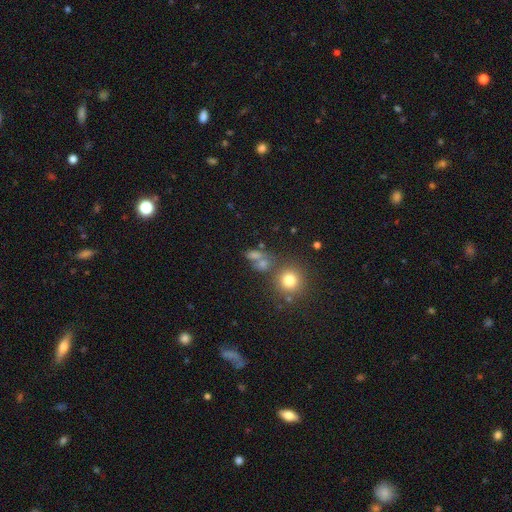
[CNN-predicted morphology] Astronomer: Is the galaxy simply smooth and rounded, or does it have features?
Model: smooth — 49% (runner-up: star or artifact, 32%).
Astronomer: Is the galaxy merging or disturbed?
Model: none — 52%.